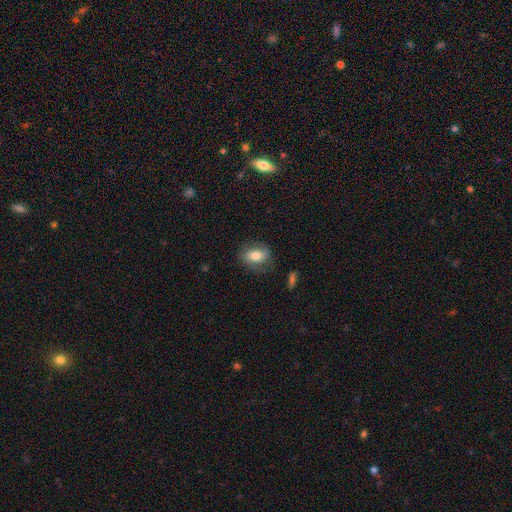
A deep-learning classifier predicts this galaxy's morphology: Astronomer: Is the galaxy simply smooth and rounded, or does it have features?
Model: smooth — 66%.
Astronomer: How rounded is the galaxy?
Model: in between — 74%.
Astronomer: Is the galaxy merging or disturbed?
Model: none — 73%.